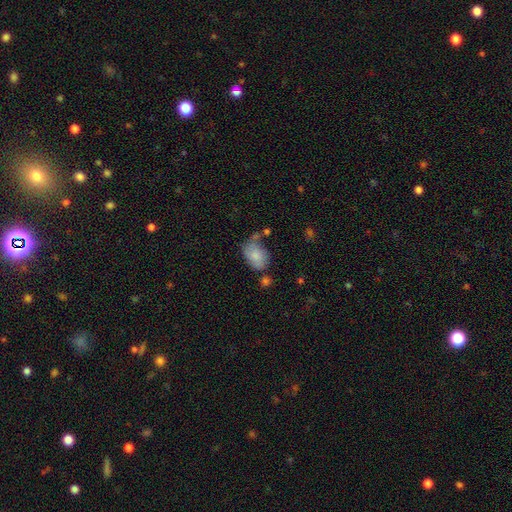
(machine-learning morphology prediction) A smooth galaxy with no disk features (79%) that is in between round and cigar-shaped (84%).

Vote fractions:
- Smooth or featured? smooth: 79% / featured or disk: 13% / star or artifact: 7%
- How rounded? in between: 84% / round: 15% / cigar-shaped: 1%
- Merging? none: 48% / minor disturbance: 28% / merger: 13% / major disturbance: 10%